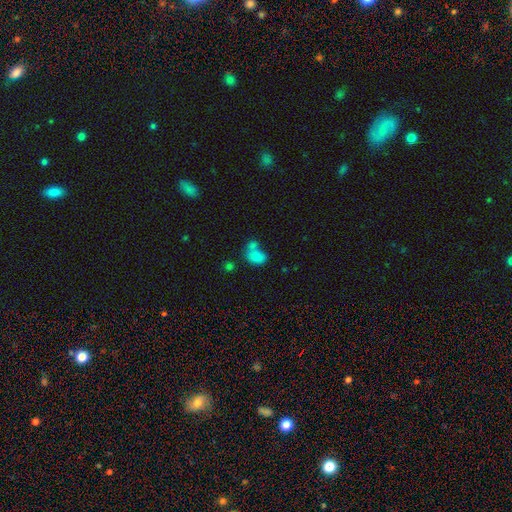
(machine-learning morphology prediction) Smooth or featured?
  - smooth: 79% *
  - star or artifact: 12%
  - featured or disk: 9%
How rounded?
  - in between: 75% *
  - round: 23%
  - cigar-shaped: 1%
Merging?
  - merger: 48% *
  - none: 33%
  - minor disturbance: 12%
  - major disturbance: 8%